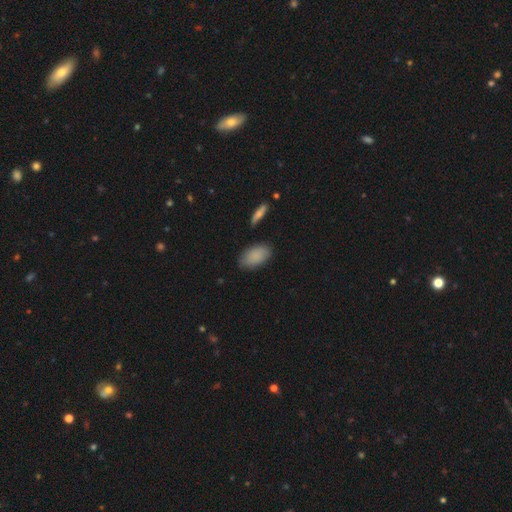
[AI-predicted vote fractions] Smooth or featured: smooth — 88% (star or artifact — 7%)
How rounded: in between — 93% (round — 4%)
Merging: none — 83% (minor disturbance — 12%)